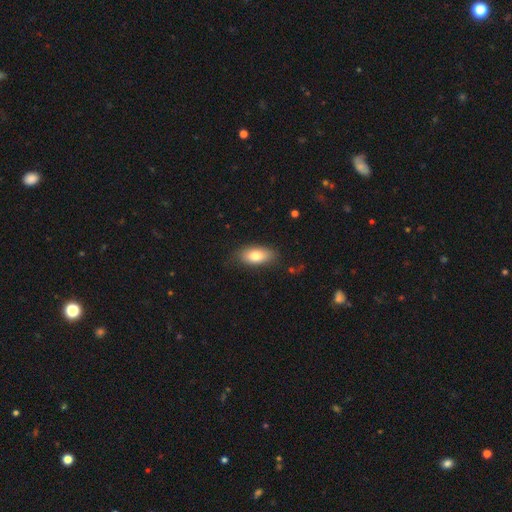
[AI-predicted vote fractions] A smooth galaxy with no disk features (79%) that is in between round and cigar-shaped (89%). Merging: none (81%).